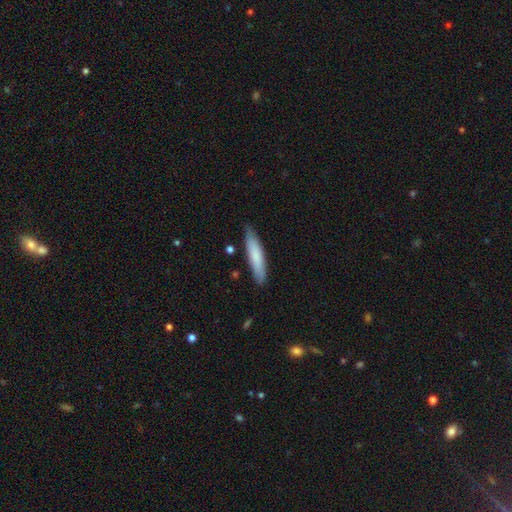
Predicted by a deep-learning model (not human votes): Overall: smooth (77%). How rounded: cigar-shaped (82%). Merging: none (83%).